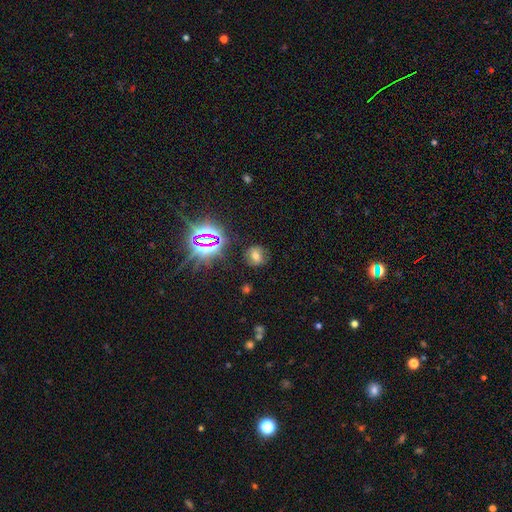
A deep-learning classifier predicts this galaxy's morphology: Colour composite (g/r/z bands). It shows a smooth galaxy with no disk features (50%). Merging: none (82%).